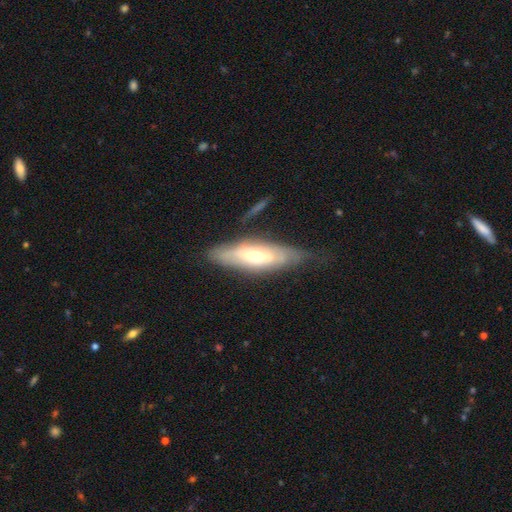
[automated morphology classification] Smooth or featured? Predicted: featured or disk (p=0.58). Edge-on disk? Predicted: no (p=0.57). Merging? Predicted: none (p=0.59).